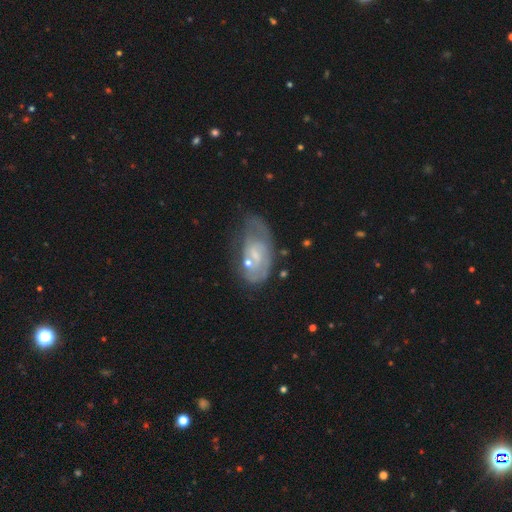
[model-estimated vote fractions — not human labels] Smooth or featured? featured or disk (67%)
Edge-on disk? no (95%)
Bar? no (54%)
Spiral arms? yes (67%)
Bulge size? small (54%)
Merging? none (41%)